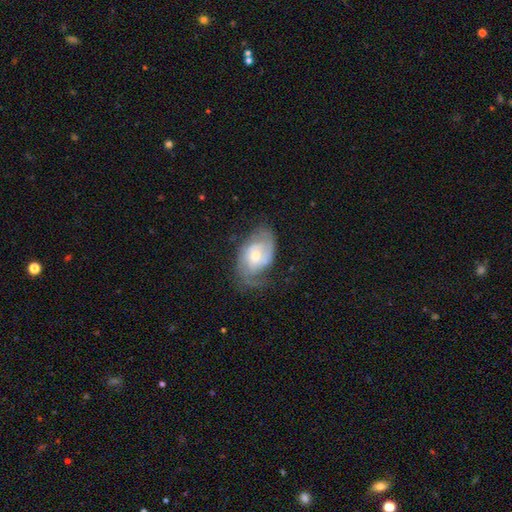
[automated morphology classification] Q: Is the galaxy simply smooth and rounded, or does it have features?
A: featured or disk — 71%.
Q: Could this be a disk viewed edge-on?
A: no — 96%.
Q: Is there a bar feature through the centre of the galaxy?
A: no — 59%.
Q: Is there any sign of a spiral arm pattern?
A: yes — 86%.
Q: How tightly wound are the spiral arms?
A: medium — 41%.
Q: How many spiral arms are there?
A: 2 — 57%.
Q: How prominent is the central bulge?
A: moderate — 51%.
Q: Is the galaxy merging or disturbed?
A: none — 52%.